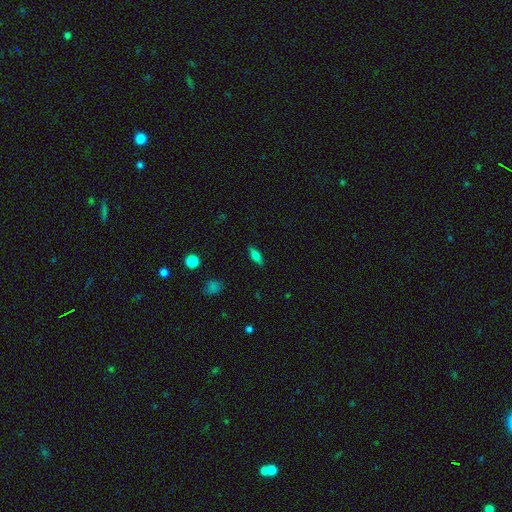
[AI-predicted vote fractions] This appears to be a smooth galaxy with no disk features (68%) that is in between round and cigar-shaped (72%). Merging: none (87%).